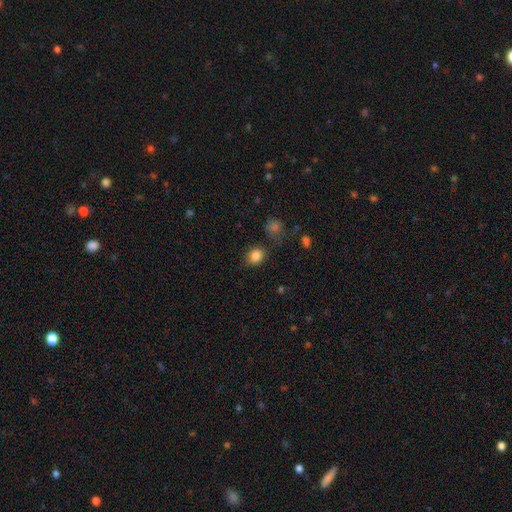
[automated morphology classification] smooth_or_featured: smooth (p=0.84) [alt: star or artifact p=0.11]
how_rounded: round (p=0.63) [alt: in between p=0.36]
merging: none (p=0.80) [alt: minor disturbance p=0.13]